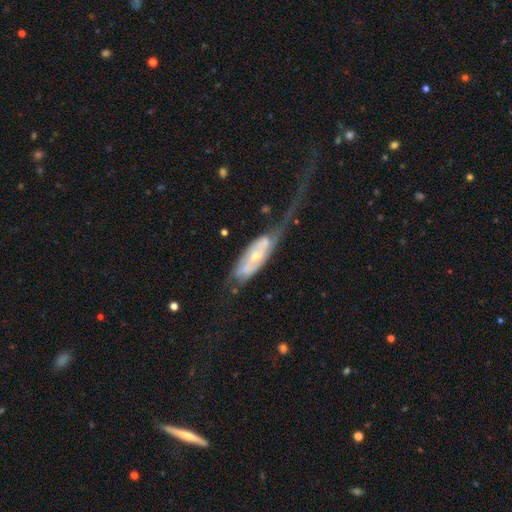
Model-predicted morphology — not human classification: type=featured or disk (65%); edge-on=no (79%); bar=no (69%); spiral arms=yes (60%); bulge=moderate (49%); merging=major disturbance (47%).